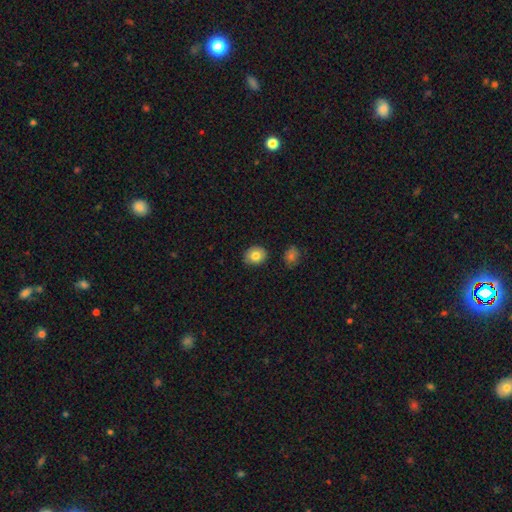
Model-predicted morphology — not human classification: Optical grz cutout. It shows a smooth galaxy with no disk features (81%) that is round (59%). Merging: none (86%).